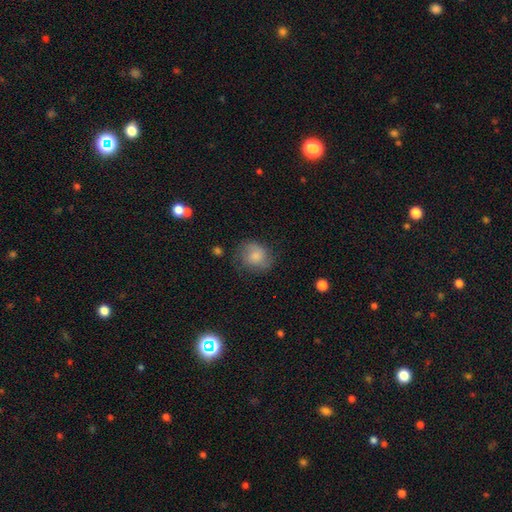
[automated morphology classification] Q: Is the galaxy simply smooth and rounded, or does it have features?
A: smooth — 69%.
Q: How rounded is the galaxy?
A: round — 73%.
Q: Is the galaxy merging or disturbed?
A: none — 64%.